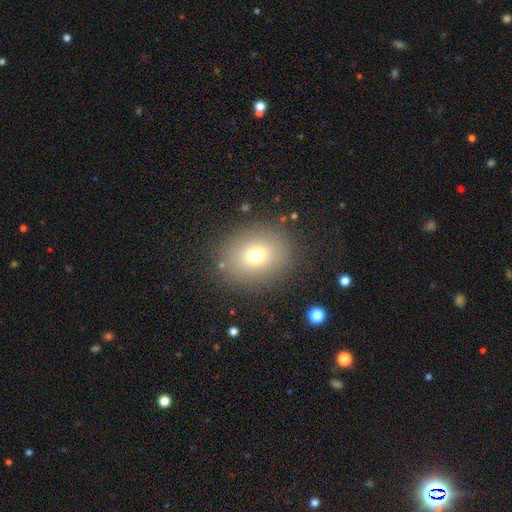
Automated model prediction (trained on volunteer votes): smooth_or_featured: smooth (p=0.71) [alt: star or artifact p=0.15]
how_rounded: round (p=0.64) [alt: in between p=0.35]
merging: none (p=0.84) [alt: minor disturbance p=0.09]